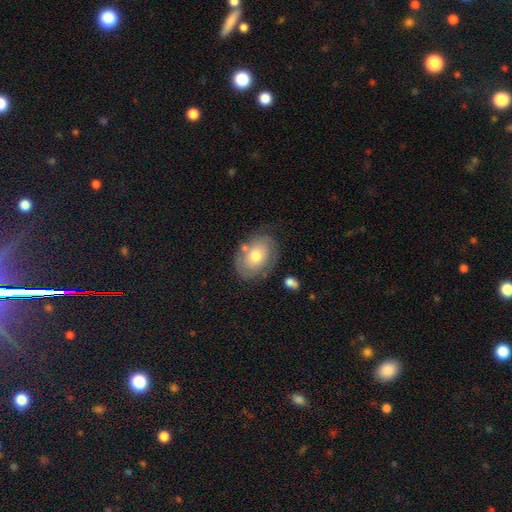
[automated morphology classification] A smooth galaxy with no disk features (58%) that is in between round and cigar-shaped (73%). Merging: none (70%).